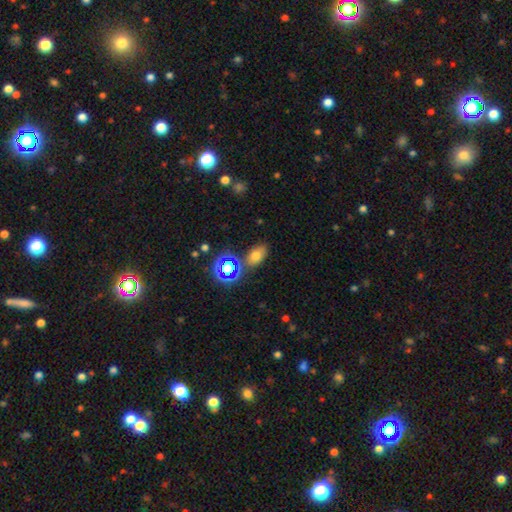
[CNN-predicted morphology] Smooth or featured? Predicted: smooth (p=0.66). How rounded? Predicted: in between (p=0.83). Merging? Predicted: none (p=0.76).